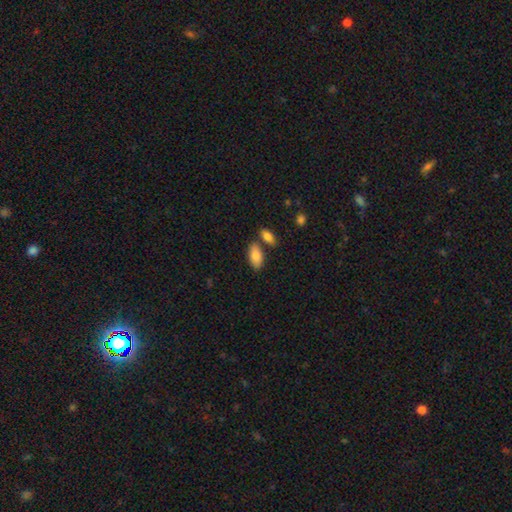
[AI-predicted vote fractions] smooth-or-featured: smooth: 86% | featured or disk: 8% | star or artifact: 6%
  how-rounded: in between: 91% | cigar-shaped: 6% | round: 3%
  merging: none: 71% | merger: 15% | minor disturbance: 11% | major disturbance: 3%